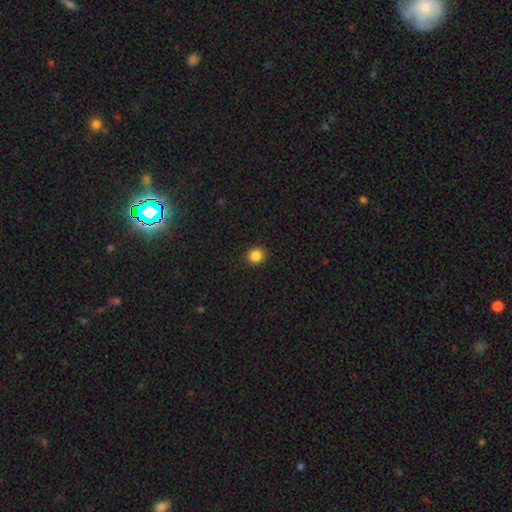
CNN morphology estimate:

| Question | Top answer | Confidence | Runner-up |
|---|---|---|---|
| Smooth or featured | smooth | 86% | star or artifact (11%) |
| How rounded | round | 88% | in between (12%) |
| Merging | none | 91% | minor disturbance (6%) |